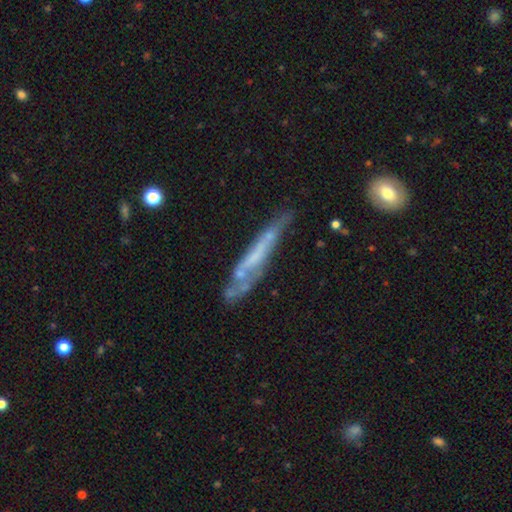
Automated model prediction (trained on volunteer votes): Overall: featured or disk (61%; smooth 30%). Edge-on disk: yes (71%). Merging: none (56%; minor disturbance 25%).